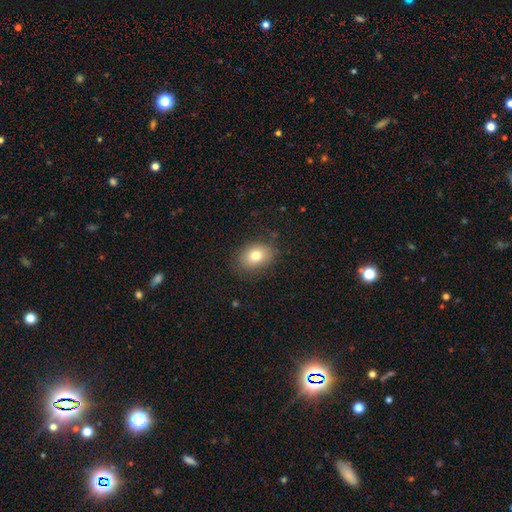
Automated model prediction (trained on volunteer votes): A smooth galaxy with no disk features (79%) that is in between round and cigar-shaped (71%). Merging: none (83%).